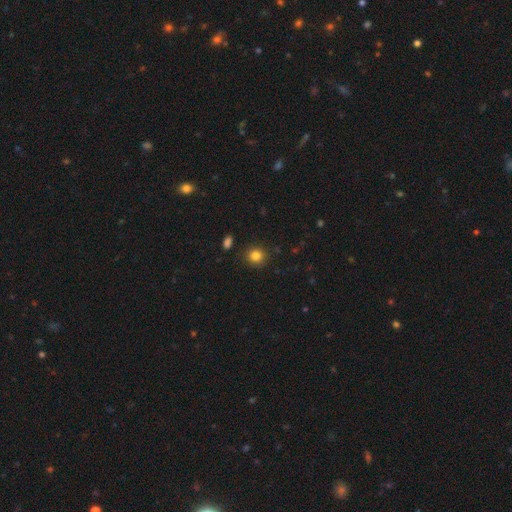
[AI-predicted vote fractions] smooth_or_featured: smooth (p=0.84) [alt: star or artifact p=0.11]
how_rounded: round (p=0.89) [alt: in between p=0.10]
merging: none (p=0.89) [alt: minor disturbance p=0.07]